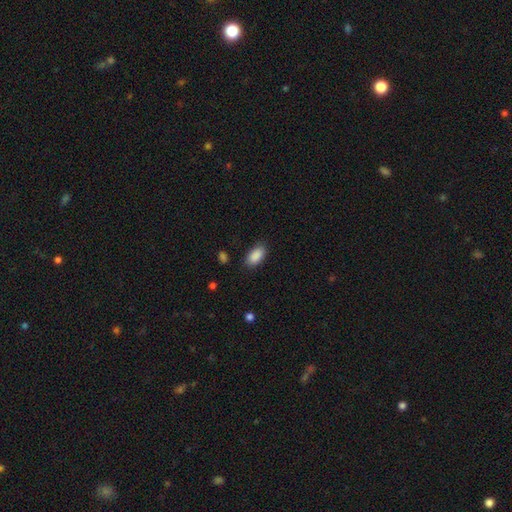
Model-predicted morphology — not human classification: type=smooth (90%); roundness=in between (93%); merging=none (85%).